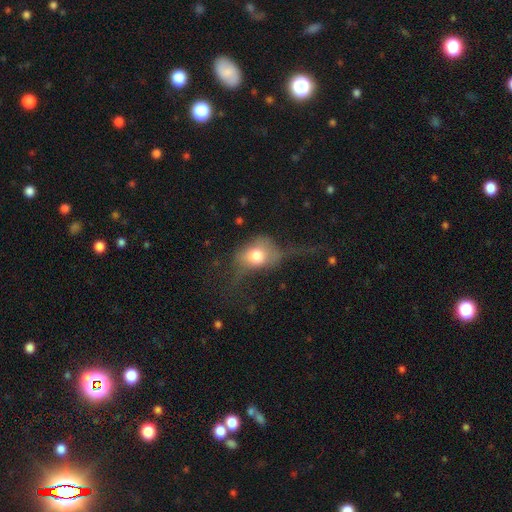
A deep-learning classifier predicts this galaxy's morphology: The model was most divided on "merging": major disturbance: 47%, none: 26%, minor disturbance: 23%, merger: 4%. More confident: smooth or featured — smooth (66%); how rounded — in between (63%).